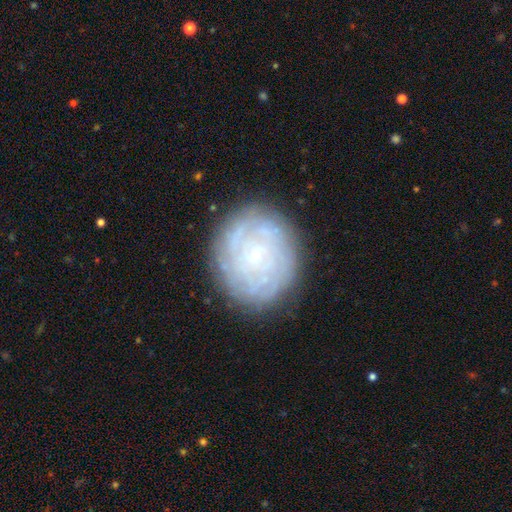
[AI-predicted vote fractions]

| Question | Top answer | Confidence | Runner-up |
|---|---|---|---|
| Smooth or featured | featured or disk | 72% | smooth (19%) |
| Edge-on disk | no | 97% | yes (3%) |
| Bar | no | 80% | weak (16%) |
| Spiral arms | yes | 85% | no (15%) |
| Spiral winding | tight | 82% | medium (14%) |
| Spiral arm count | can't tell | 47% | more than 4 (14%) |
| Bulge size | small | 84% | moderate (12%) |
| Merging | none | 84% | minor disturbance (11%) |